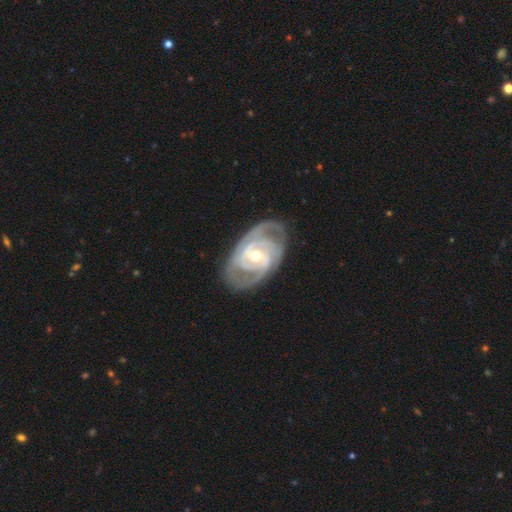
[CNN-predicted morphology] smooth-or-featured: featured or disk: 91% | smooth: 5% | star or artifact: 4%
  disk-edge-on: no: 97% | yes: 3%
    bar: weak: 45% | no: 34% | strong: 21%
    has-spiral-arms: yes: 97% | no: 3%
      spiral-winding: tight: 63% | medium: 32% | loose: 5%
      spiral-arm-count: 2: 34% (tied) | 3: 34% (tied) | can't tell: 15% | 4: 8% | 1: 4% | more than 4: 4%
    bulge-size: moderate: 61% | small: 35% | large: 3% | none: 1% | dominant: 1%
  merging: none: 77% | minor disturbance: 16% | major disturbance: 6% | merger: 1%